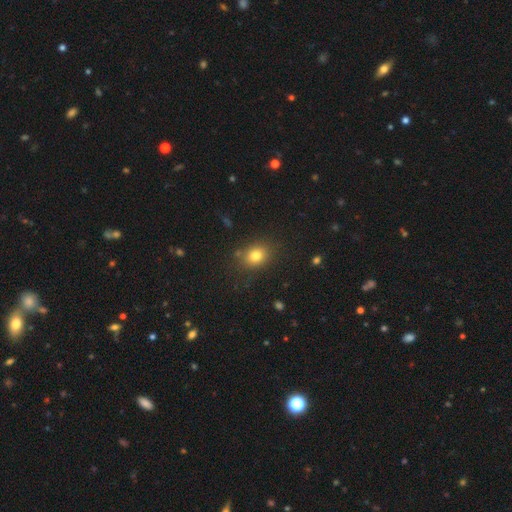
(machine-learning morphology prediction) This appears to be a smooth galaxy with no disk features (80%) that is round (52%). Merging: none (80%).